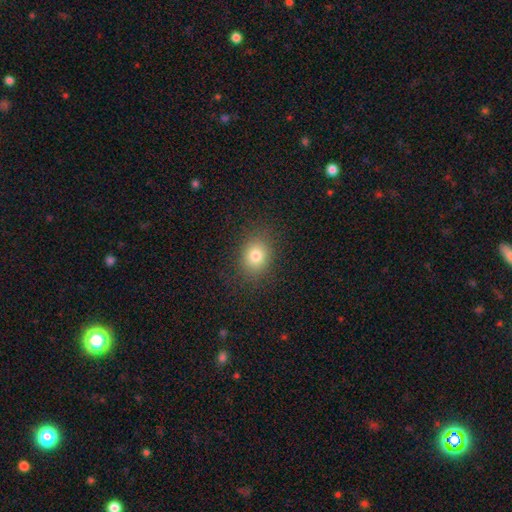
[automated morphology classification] Overall: smooth (80%). How rounded: round (54%; in between 45%). Merging: none (85%).